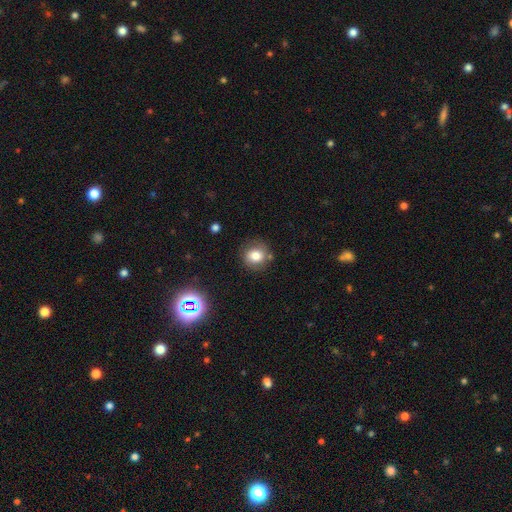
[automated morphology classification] Overall: smooth (77%). How rounded: round (85%). Merging: none (79%).